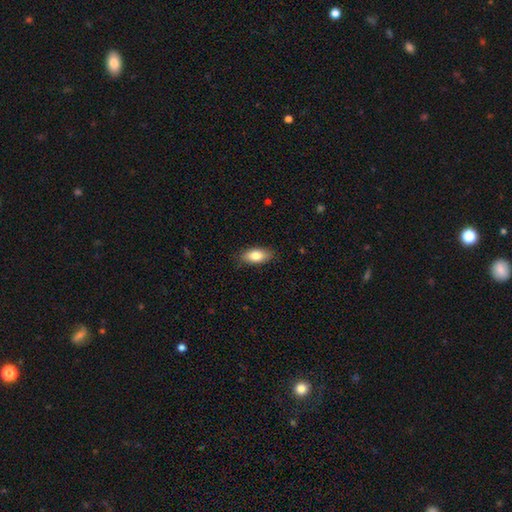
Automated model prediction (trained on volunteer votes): Smooth or featured? smooth (81%)
How rounded? in between (87%)
Merging? none (84%)